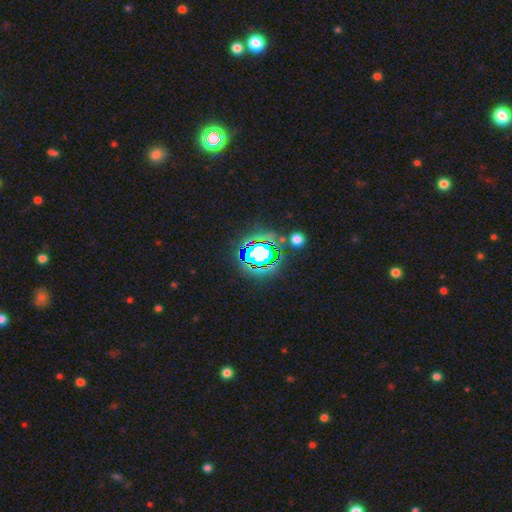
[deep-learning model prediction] Smooth or featured? Predicted: star or artifact (p=0.81).